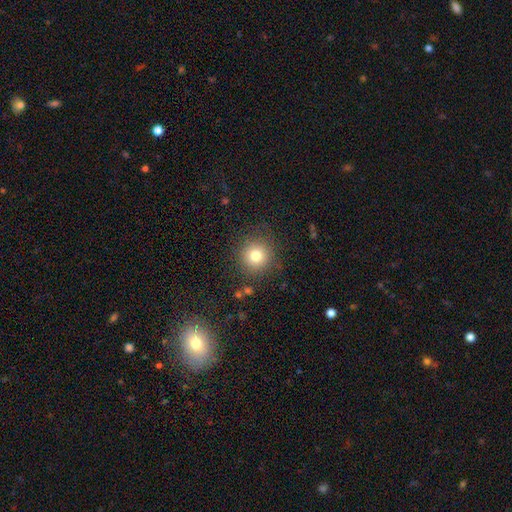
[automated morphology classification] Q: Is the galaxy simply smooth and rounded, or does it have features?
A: smooth — 78%.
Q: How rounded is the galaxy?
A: round — 94%.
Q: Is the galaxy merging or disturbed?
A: none — 87%.